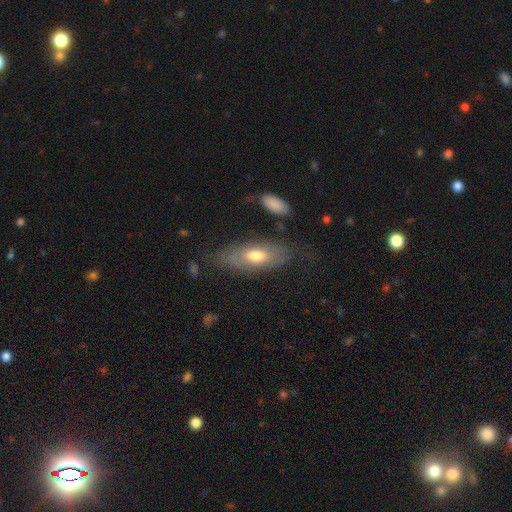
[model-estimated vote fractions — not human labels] Morphology: type=smooth (53%); roundness=in between (76%); merging=none (69%).